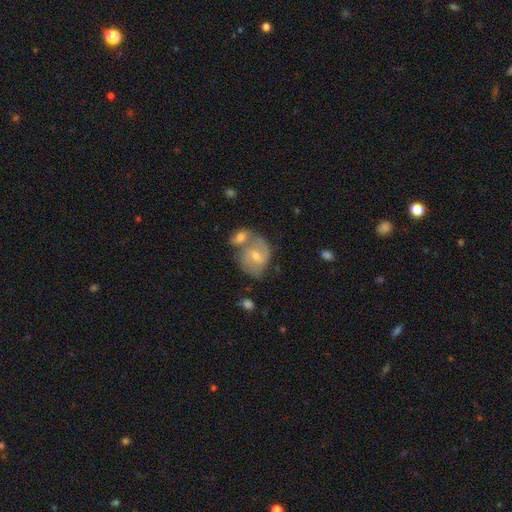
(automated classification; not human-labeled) Smooth or featured? Predicted: featured or disk (p=0.63). Edge-on disk? Predicted: no (p=0.97). Bar? Predicted: weak (p=0.51). Spiral arms? Predicted: yes (p=0.83). Spiral winding? Predicted: medium (p=0.50). Spiral arm count? Predicted: 2 (p=0.75). Bulge size? Predicted: moderate (p=0.49). Merging? Predicted: merger (p=0.41, tied with none).